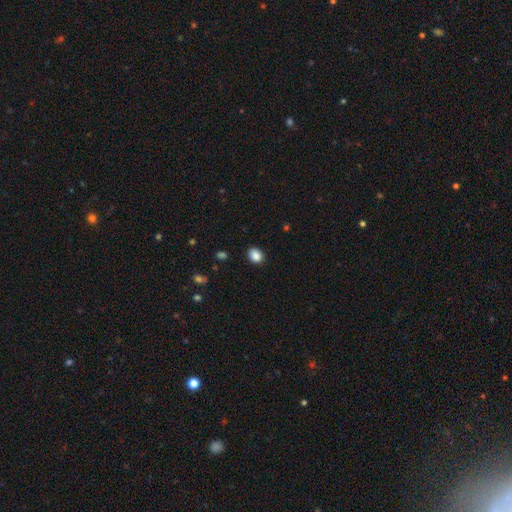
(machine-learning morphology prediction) Q: Smooth or featured?
A: smooth (88%); runner-up: star or artifact (9%)
Q: How rounded?
A: in between (56%); runner-up: round (43%)
Q: Merging?
A: none (87%); runner-up: minor disturbance (9%)